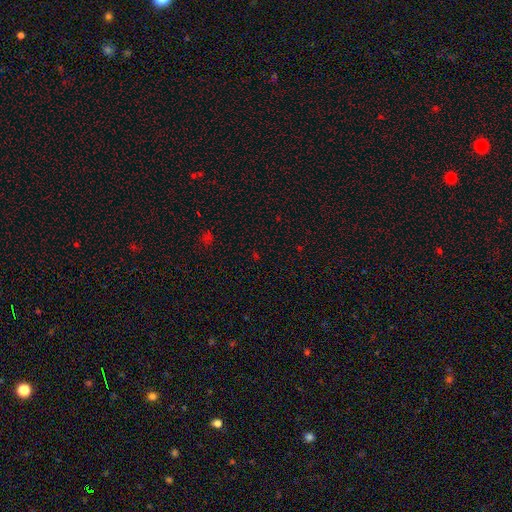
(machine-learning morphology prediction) type=star or artifact (66%).